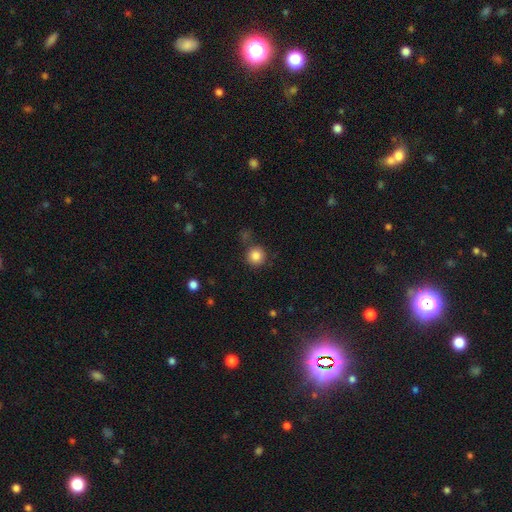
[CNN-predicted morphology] Smooth or featured? Predicted: smooth (p=0.84). How rounded? Predicted: round (p=0.94). Merging? Predicted: none (p=0.80).